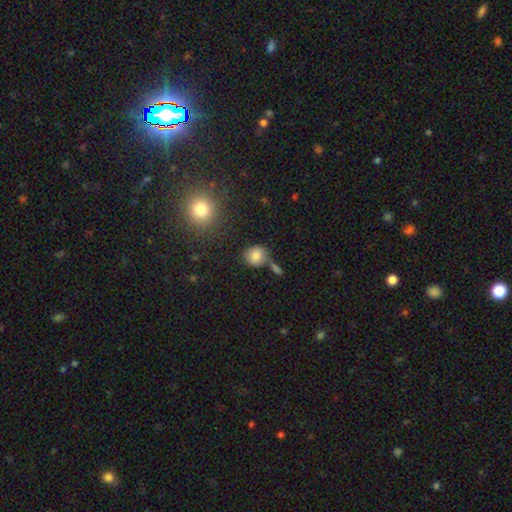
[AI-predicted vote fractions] This appears to be a smooth galaxy with no disk features (81%) that is round (79%). Merging: none (61%).